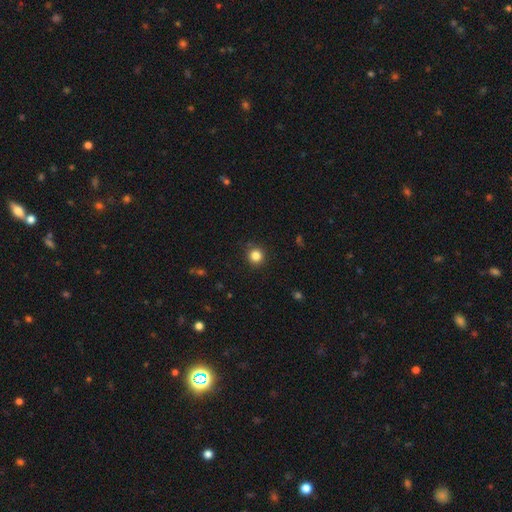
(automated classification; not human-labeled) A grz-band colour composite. It shows a smooth galaxy with no disk features (84%) that is round (94%). Merging: none (90%).